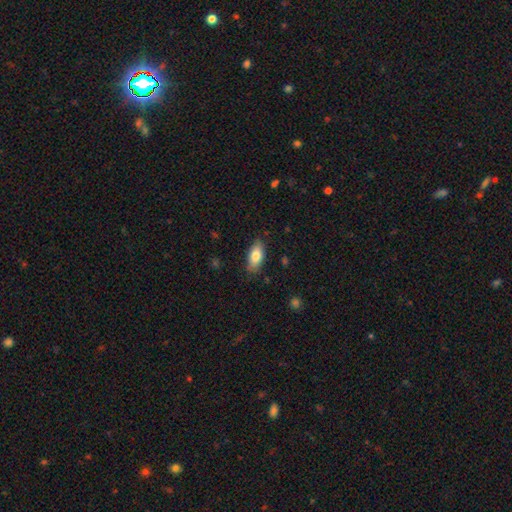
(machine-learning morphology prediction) smooth-or-featured: smooth: 80% | featured or disk: 13% | star or artifact: 7%
  how-rounded: in between: 87% | cigar-shaped: 10% | round: 3%
  merging: none: 83% | minor disturbance: 13% | major disturbance: 3% | merger: 1%